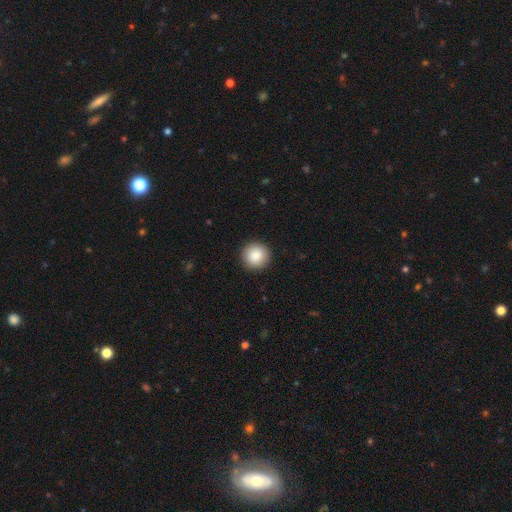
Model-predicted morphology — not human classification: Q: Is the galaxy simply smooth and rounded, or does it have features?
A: smooth — 88%.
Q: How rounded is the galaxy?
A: round — 96%.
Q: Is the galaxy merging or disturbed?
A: none — 92%.